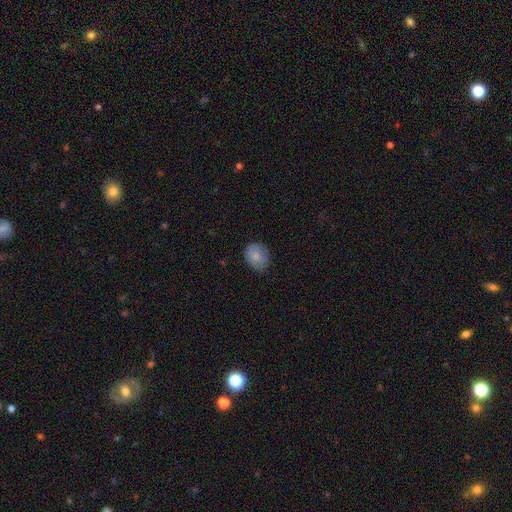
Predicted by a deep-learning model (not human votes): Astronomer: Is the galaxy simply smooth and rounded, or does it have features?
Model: smooth — 82%.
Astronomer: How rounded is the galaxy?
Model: in between — 51% (runner-up: round, 48%).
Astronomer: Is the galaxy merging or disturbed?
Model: none — 76%.